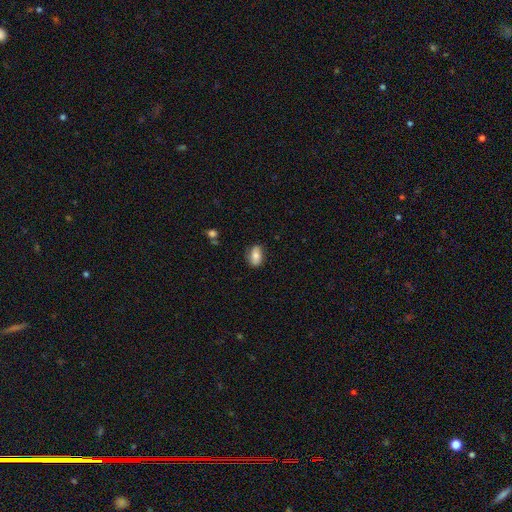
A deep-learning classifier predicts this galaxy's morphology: A smooth galaxy with no disk features (76%) that is in between round and cigar-shaped (86%).

Vote fractions:
- Smooth or featured? smooth: 76% / featured or disk: 16% / star or artifact: 8%
- How rounded? in between: 86% / round: 12% / cigar-shaped: 2%
- Merging? none: 76% / minor disturbance: 19% / major disturbance: 4% / merger: 2%